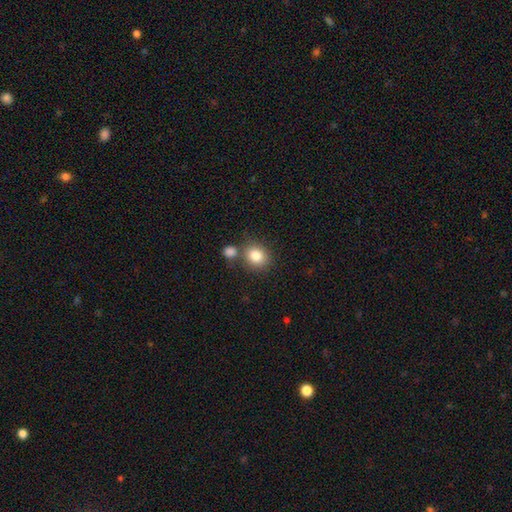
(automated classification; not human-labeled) A smooth galaxy with no disk features (82%) that is round (74%). Merging: none (67%).